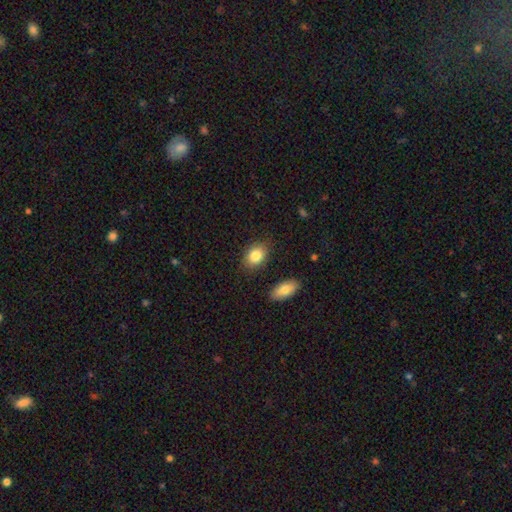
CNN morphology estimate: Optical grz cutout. It shows a smooth galaxy with no disk features (84%) that is in between round and cigar-shaped (76%). Merging: none (81%).